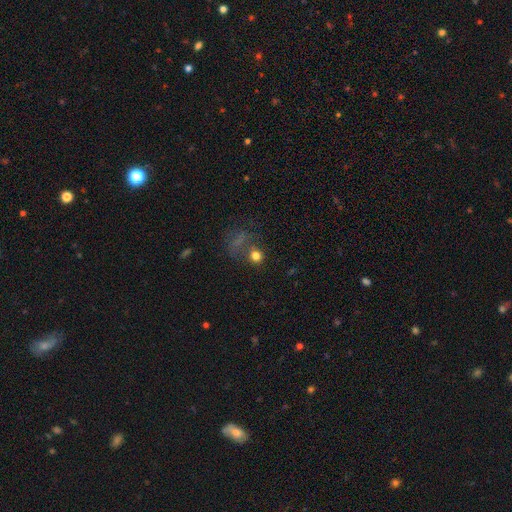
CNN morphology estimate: A smooth galaxy with no disk features (72%) that is round (84%). Merging: none (63%).